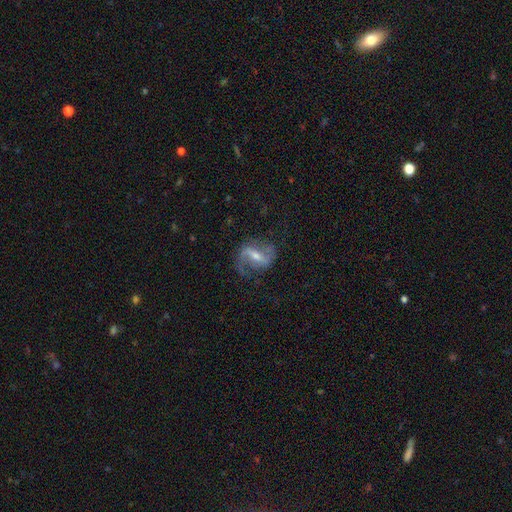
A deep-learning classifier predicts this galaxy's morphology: Smooth or featured? featured or disk (83%)
Edge-on disk? no (95%)
Bar? strong (48%)
Spiral arms? yes (92%)
Spiral winding? loose (47%)
Spiral arm count? 2 (78%)
Bulge size? moderate (54%)
Merging? none (66%)